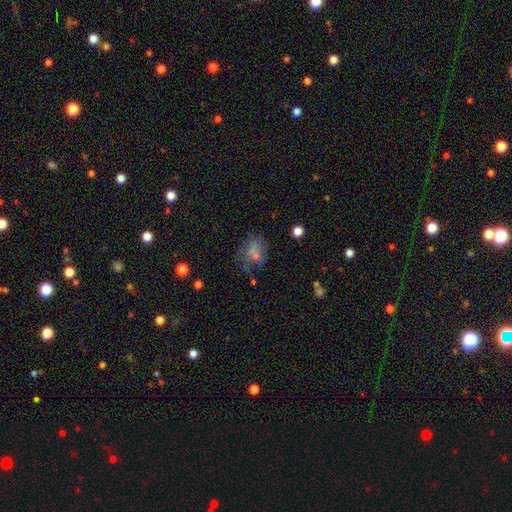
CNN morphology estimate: This appears to be a smooth galaxy with no disk features (52%) that is in between round and cigar-shaped (58%). Merging: none (44%).